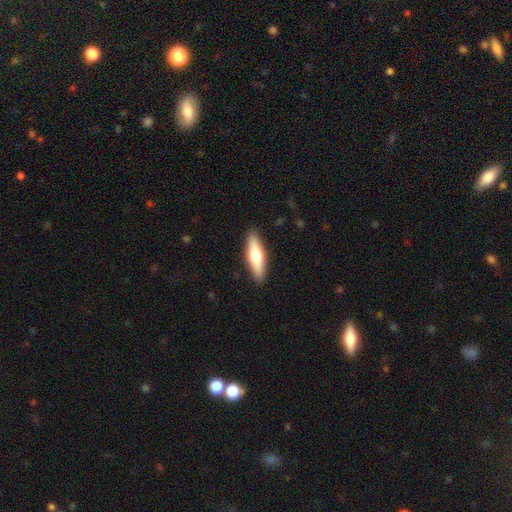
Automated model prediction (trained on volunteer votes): This appears to be a smooth galaxy with no disk features (57%) that is cigar-shaped (63%). Merging: none (89%).